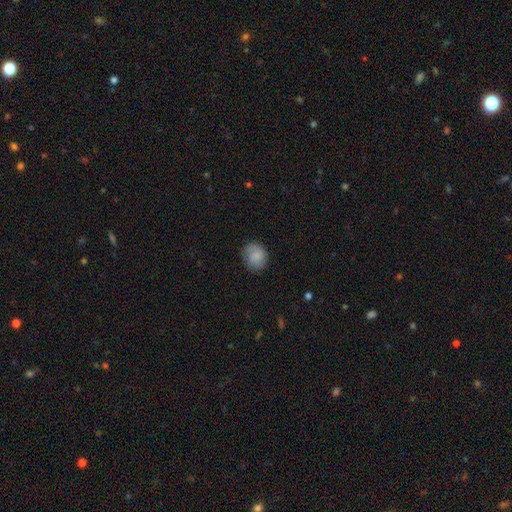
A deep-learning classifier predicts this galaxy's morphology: Smooth or featured: smooth — 69% (featured or disk — 23%)
How rounded: round — 68% (in between — 31%)
Merging: none — 76% (minor disturbance — 18%)